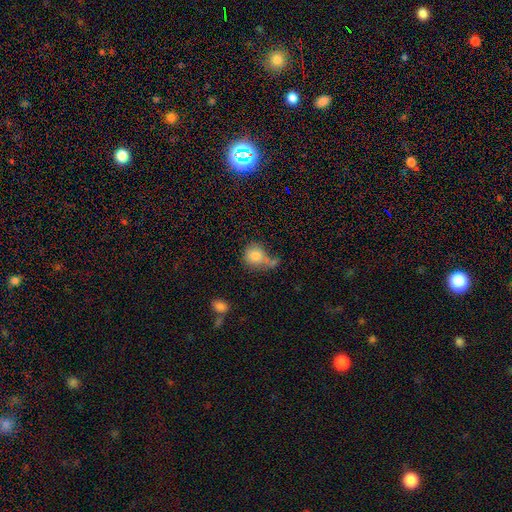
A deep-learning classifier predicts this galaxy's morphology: type=smooth (78%); roundness=round (75%); merging=none (35%).